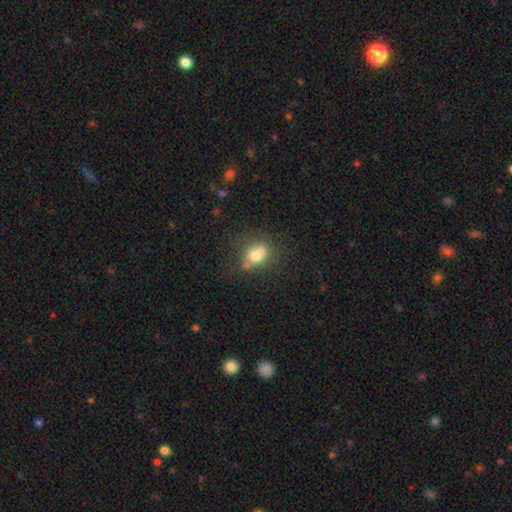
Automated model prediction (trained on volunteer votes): The model was most divided on "how rounded": round: 50%, in between: 48%, cigar-shaped: 2%. Remaining: smooth or featured — smooth (69%); merging — none (48%).